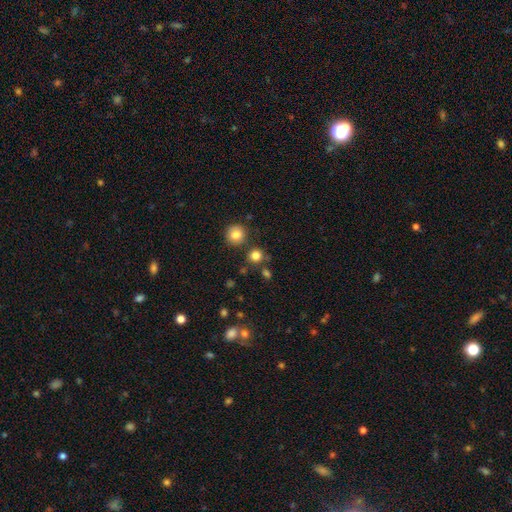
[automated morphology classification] A smooth galaxy with no disk features (81%) that is round (89%). Merging: none (78%).